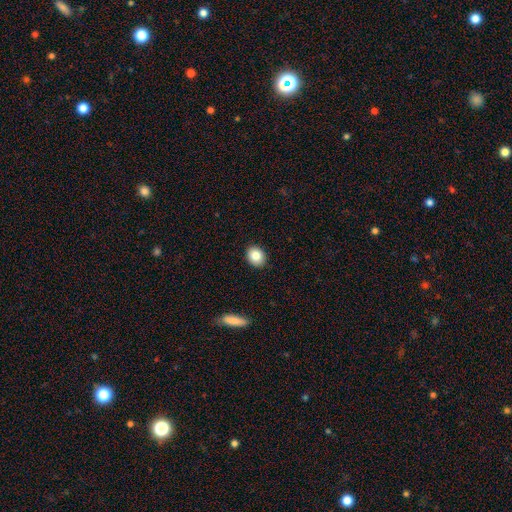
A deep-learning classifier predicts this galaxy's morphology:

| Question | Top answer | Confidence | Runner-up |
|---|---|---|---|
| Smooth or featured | smooth | 84% | star or artifact (9%) |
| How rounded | round | 54% | in between (45%) |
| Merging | none | 90% | minor disturbance (7%) |